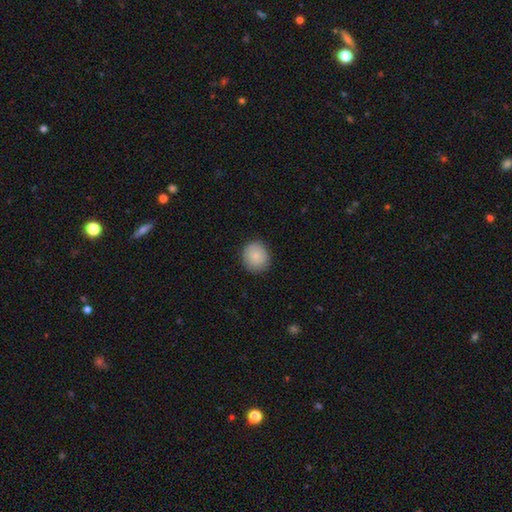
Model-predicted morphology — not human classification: smooth 85%, star or artifact 8%, featured or disk 8%. Down the decision tree: how rounded — round (83%); merging — none (87%).